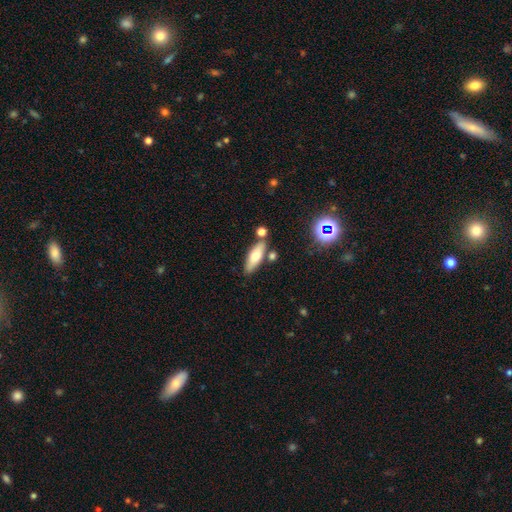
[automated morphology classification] A smooth galaxy with no disk features (68%) that is in between round and cigar-shaped (58%).

Vote fractions:
- Smooth or featured? smooth: 68% / featured or disk: 25% / star or artifact: 8%
- How rounded? in between: 58% / cigar-shaped: 40% / round: 3%
- Merging? none: 73% / minor disturbance: 13% / merger: 11% / major disturbance: 3%